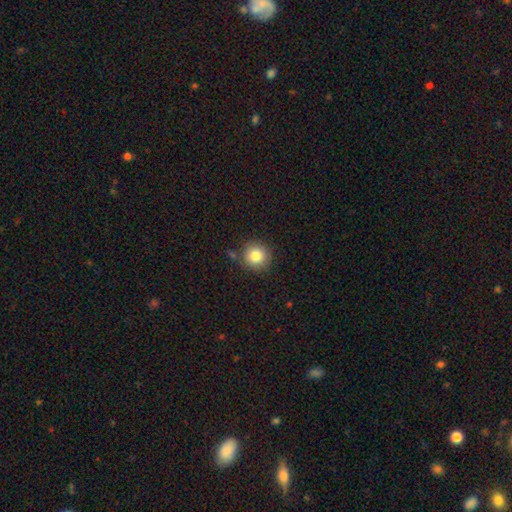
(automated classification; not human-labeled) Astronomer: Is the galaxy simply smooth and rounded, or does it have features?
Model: smooth — 83%.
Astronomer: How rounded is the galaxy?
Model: round — 93%.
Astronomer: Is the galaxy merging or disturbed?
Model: none — 82%.